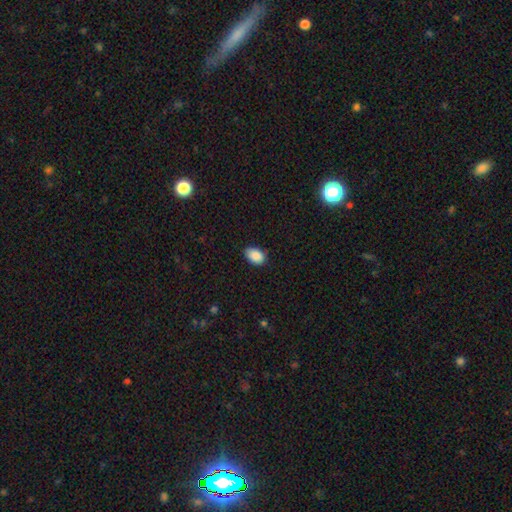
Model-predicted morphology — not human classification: type=smooth (89%); roundness=in between (90%); merging=none (79%).